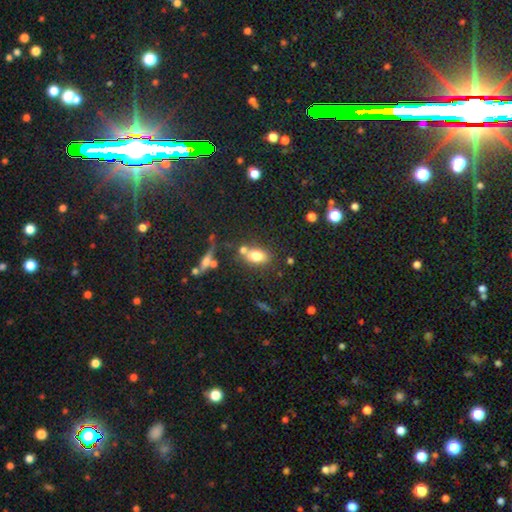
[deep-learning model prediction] Morphology: type=smooth (75%); roundness=in between (80%); merging=none (56%).